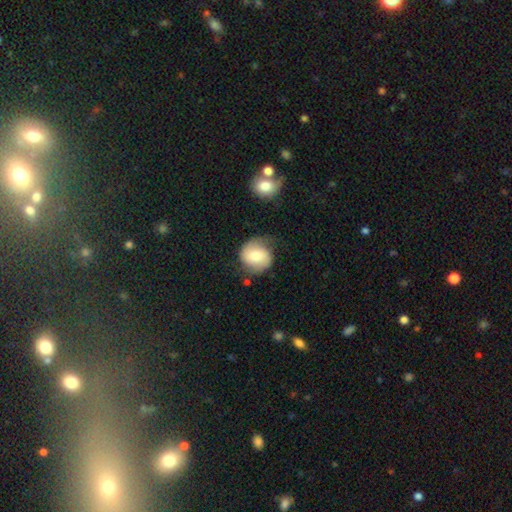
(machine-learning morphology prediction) A smooth galaxy with no disk features (57%) that is round (83%). Merging: none (65%).